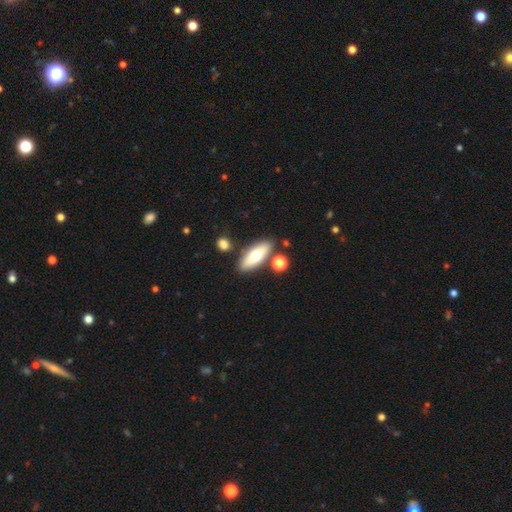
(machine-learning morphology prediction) Smooth or featured? Predicted: smooth (p=0.64). How rounded? Predicted: in between (p=0.65). Merging? Predicted: none (p=0.79).